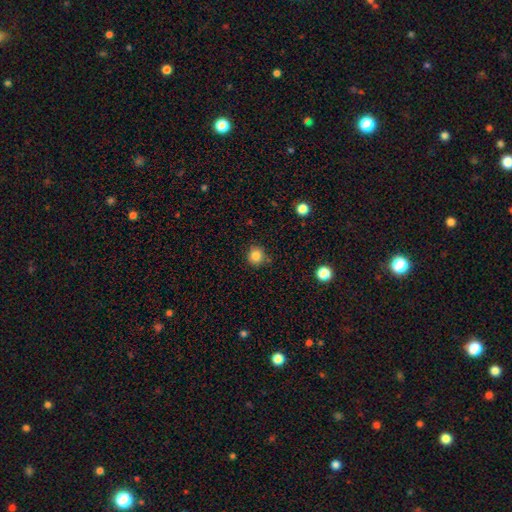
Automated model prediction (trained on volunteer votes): Smooth or featured: smooth — 85% (star or artifact — 11%)
How rounded: round — 90% (in between — 9%)
Merging: none — 83% (minor disturbance — 12%)